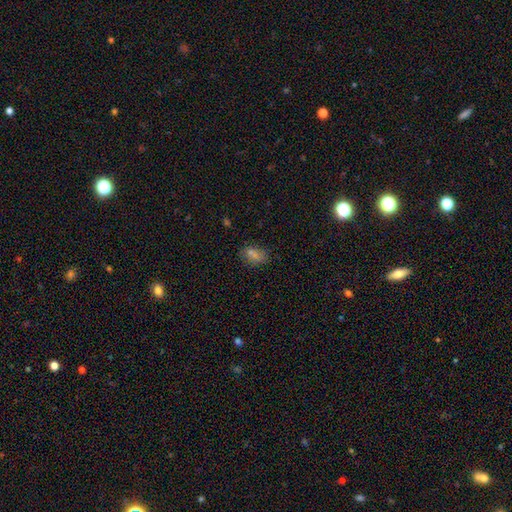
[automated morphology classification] Smooth or featured? Predicted: smooth (p=0.60). How rounded? Predicted: in between (p=0.78). Merging? Predicted: none (p=0.72).